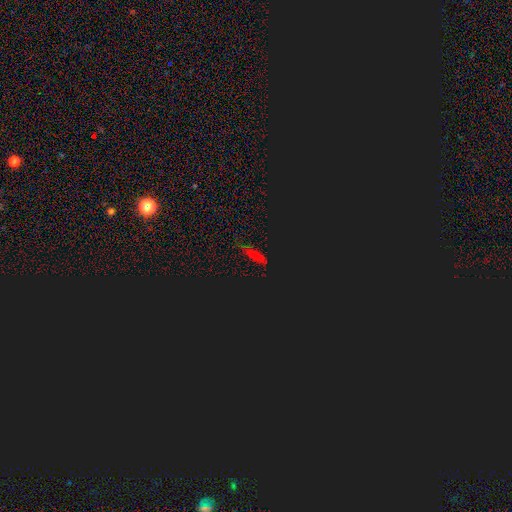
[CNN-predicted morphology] smooth_or_featured: star or artifact (p=0.52) [alt: smooth p=0.36]